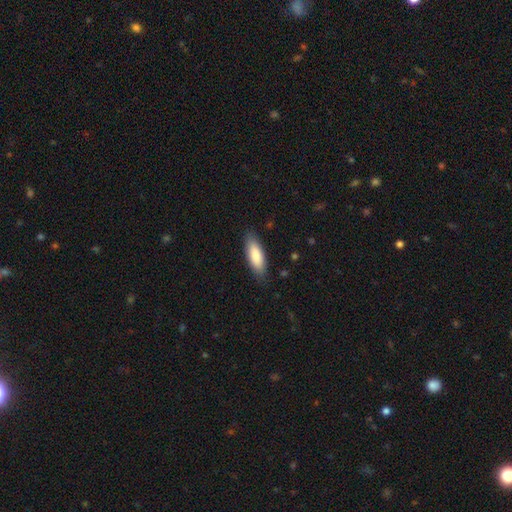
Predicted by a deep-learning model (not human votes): A smooth galaxy with no disk features (86%) that is in between round and cigar-shaped (65%). Merging: none (84%).